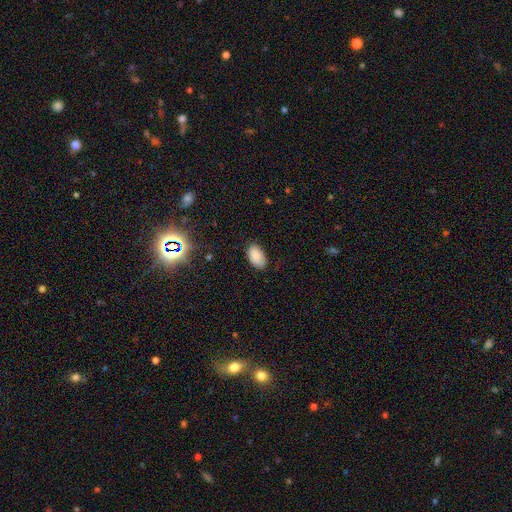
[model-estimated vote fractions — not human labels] A smooth galaxy with no disk features (86%) that is in between round and cigar-shaped (93%).

Vote fractions:
- Smooth or featured? smooth: 86% / star or artifact: 9% / featured or disk: 5%
- How rounded? in between: 93% / round: 5% / cigar-shaped: 1%
- Merging? none: 78% / minor disturbance: 17% / major disturbance: 3% / merger: 1%